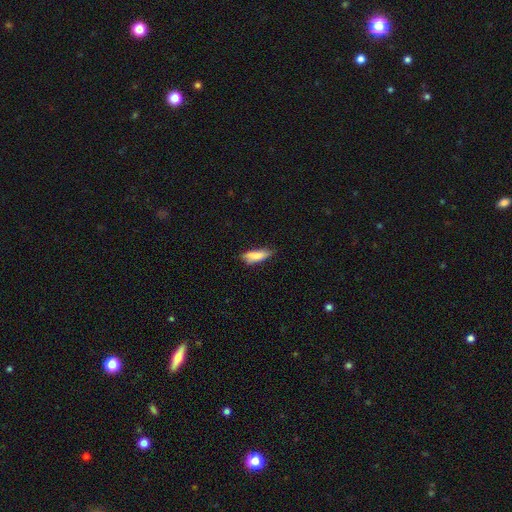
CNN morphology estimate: This appears to be a smooth galaxy with no disk features (80%) that is in between round and cigar-shaped (51%). Merging: none (60%).